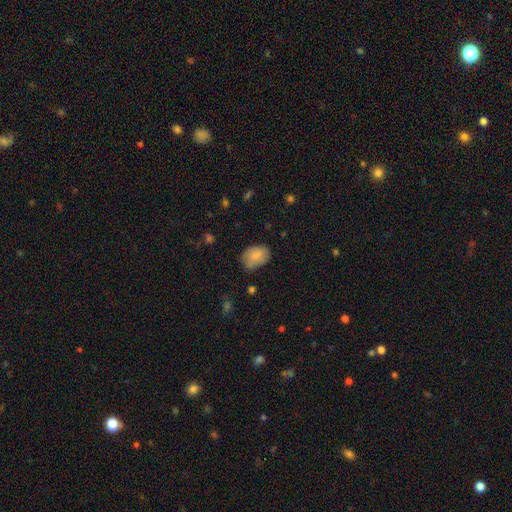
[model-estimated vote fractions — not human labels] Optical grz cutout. It shows a smooth galaxy with no disk features (78%) that is in between round and cigar-shaped (77%). Merging: none (69%).